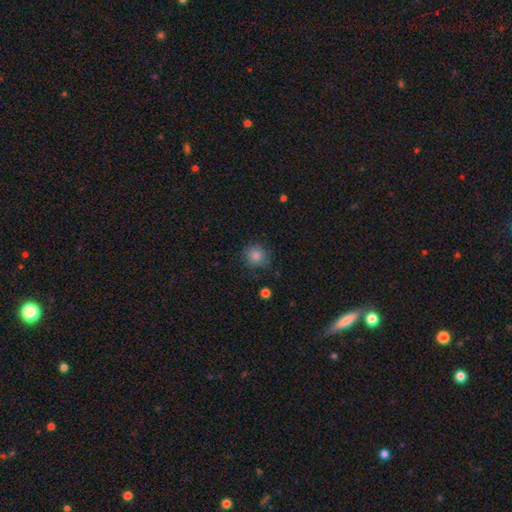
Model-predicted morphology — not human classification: The model was most divided on "smooth or featured": smooth: 83%, star or artifact: 12%, featured or disk: 5%. More confident: how rounded — round (89%); merging — none (83%).